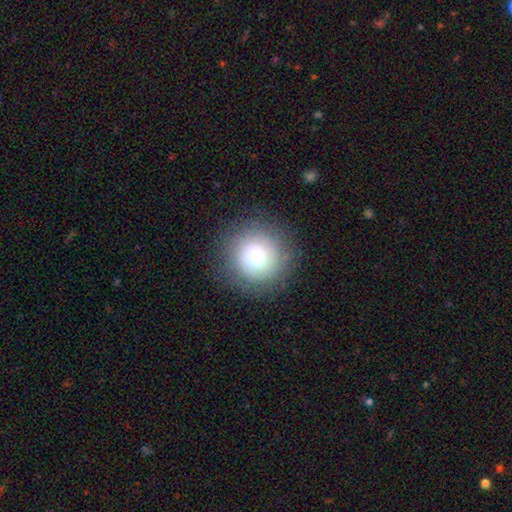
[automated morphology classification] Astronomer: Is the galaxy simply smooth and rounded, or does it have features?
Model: smooth — 79%.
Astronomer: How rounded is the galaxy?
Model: round — 95%.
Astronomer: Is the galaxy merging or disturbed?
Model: none — 87%.